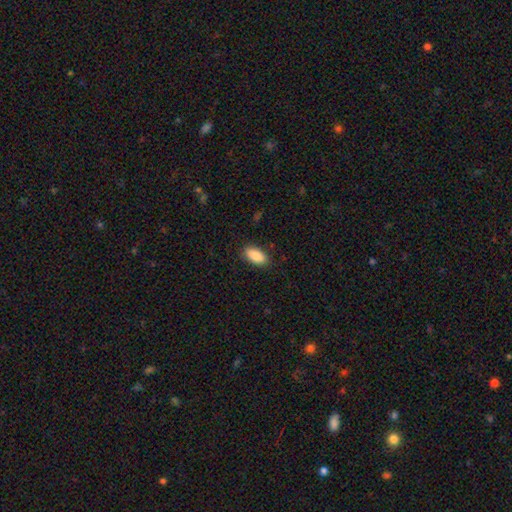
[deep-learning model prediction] Smooth or featured? Predicted: smooth (p=0.88). How rounded? Predicted: in between (p=0.92). Merging? Predicted: none (p=0.87).